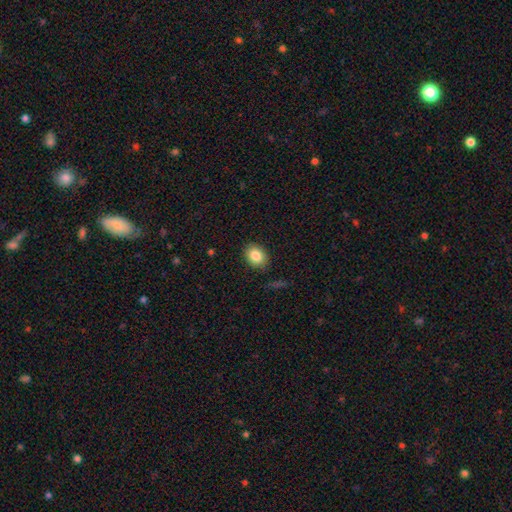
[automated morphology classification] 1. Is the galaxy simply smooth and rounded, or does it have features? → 85% smooth, 9% star or artifact, 7% featured or disk.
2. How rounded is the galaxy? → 61% in between, 38% round, 1% cigar-shaped.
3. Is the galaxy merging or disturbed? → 87% none, 9% minor disturbance, 2% major disturbance, 1% merger.